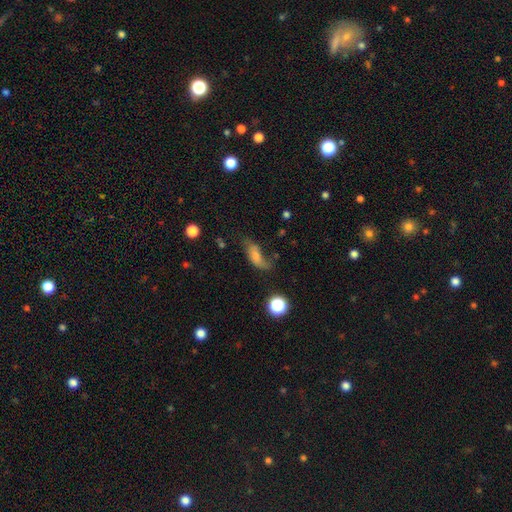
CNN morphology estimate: The model was most divided on "merging": none: 37%, minor disturbance: 29%, major disturbance: 28%, merger: 6%. More confident: how rounded — in between (75%); smooth or featured — smooth (62%).